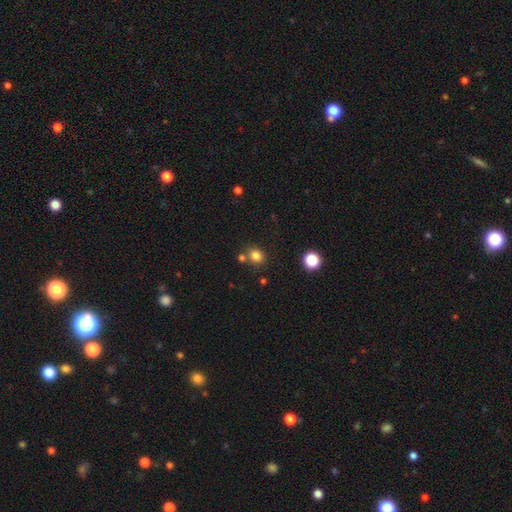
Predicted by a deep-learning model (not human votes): A smooth galaxy with no disk features (81%) that is round (74%). Merging: none (72%).